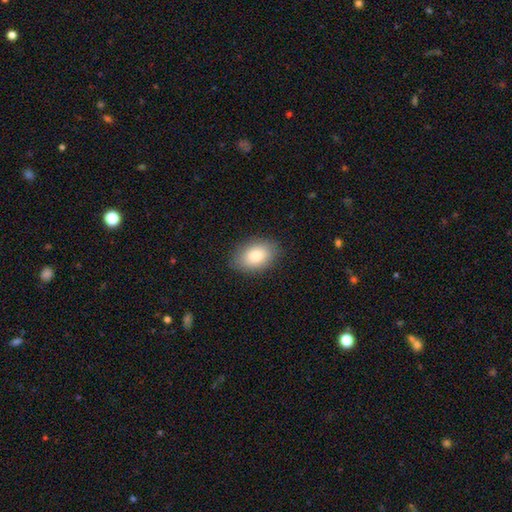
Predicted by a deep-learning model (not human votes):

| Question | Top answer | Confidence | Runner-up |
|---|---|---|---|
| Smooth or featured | smooth | 84% | featured or disk (9%) |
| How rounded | in between | 83% | round (15%) |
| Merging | none | 86% | minor disturbance (10%) |